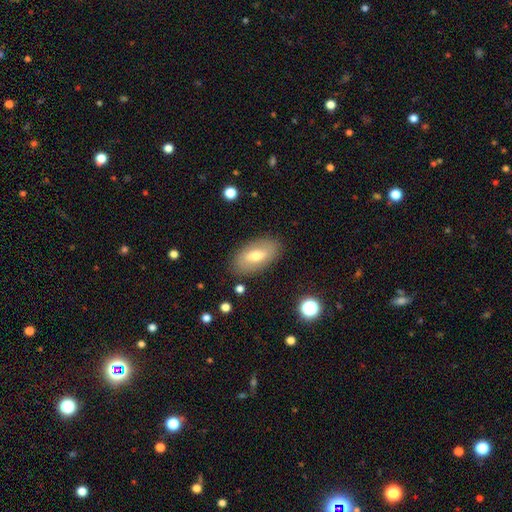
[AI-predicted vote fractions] smooth-or-featured: smooth: 59% | featured or disk: 34% | star or artifact: 8%
  how-rounded: in between: 92% | round: 5% | cigar-shaped: 3%
  merging: none: 84% | minor disturbance: 11% | major disturbance: 3% | merger: 2%